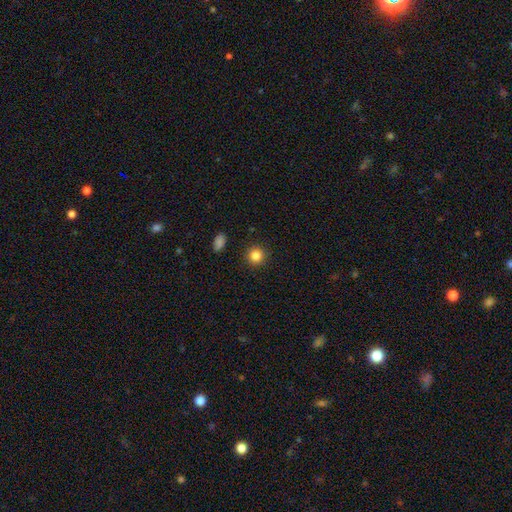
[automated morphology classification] Overall: smooth (85%). How rounded: round (92%). Merging: none (91%).